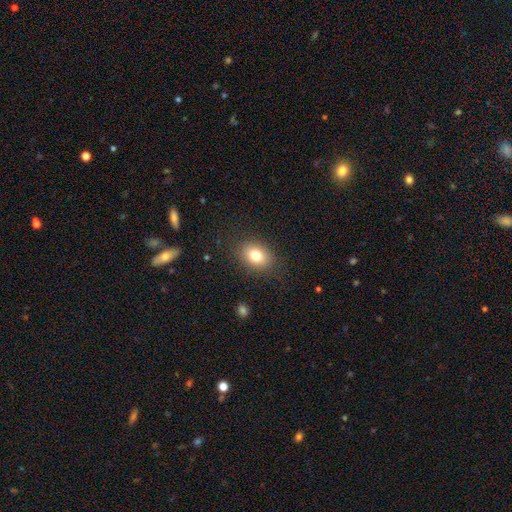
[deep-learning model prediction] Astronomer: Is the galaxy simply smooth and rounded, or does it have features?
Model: smooth — 79%.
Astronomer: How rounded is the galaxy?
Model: in between — 64%.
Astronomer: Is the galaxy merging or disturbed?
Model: none — 86%.